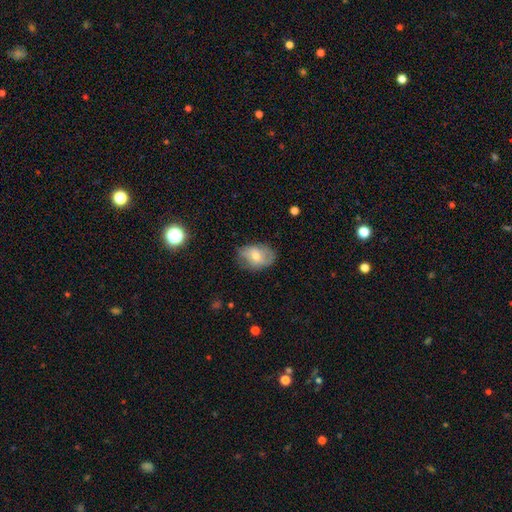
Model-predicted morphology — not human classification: type=smooth (57%); roundness=in between (77%); merging=none (70%).